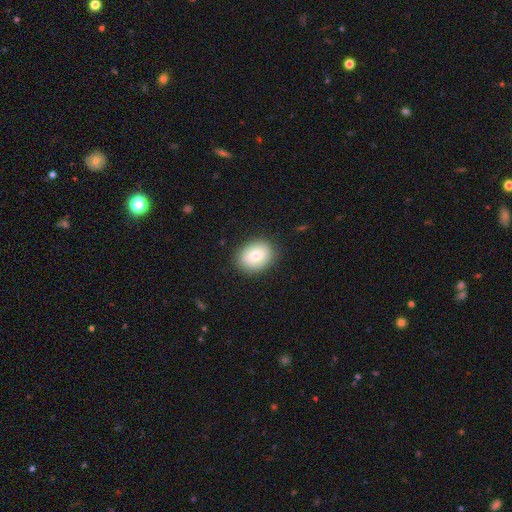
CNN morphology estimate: smooth_or_featured: smooth (p=0.78) [alt: featured or disk p=0.15]
how_rounded: in between (p=0.53) [alt: round p=0.47]
merging: none (p=0.86) [alt: minor disturbance p=0.10]